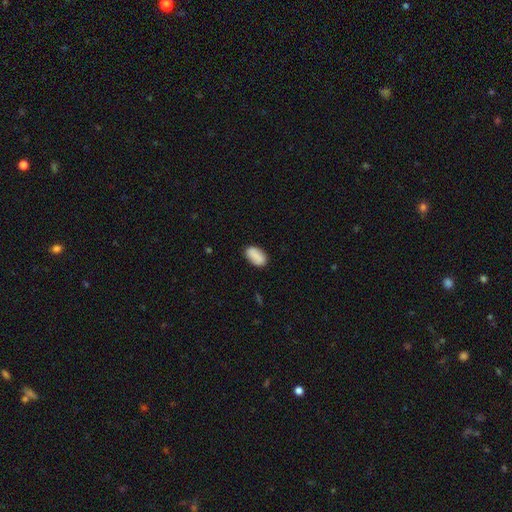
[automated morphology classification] Overall: smooth (87%). How rounded: in between (92%). Merging: none (84%).